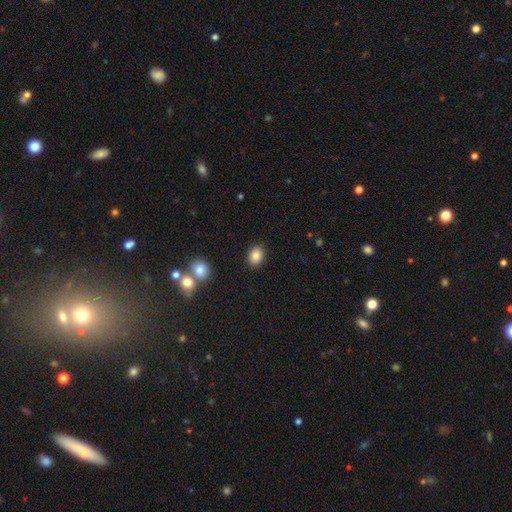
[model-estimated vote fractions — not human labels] A smooth galaxy with no disk features (85%) that is in between round and cigar-shaped (59%).

Vote fractions:
- Smooth or featured? smooth: 85% / star or artifact: 9% / featured or disk: 6%
- How rounded? in between: 59% / round: 40% / cigar-shaped: 1%
- Merging? none: 87% / minor disturbance: 8% / merger: 3% / major disturbance: 2%